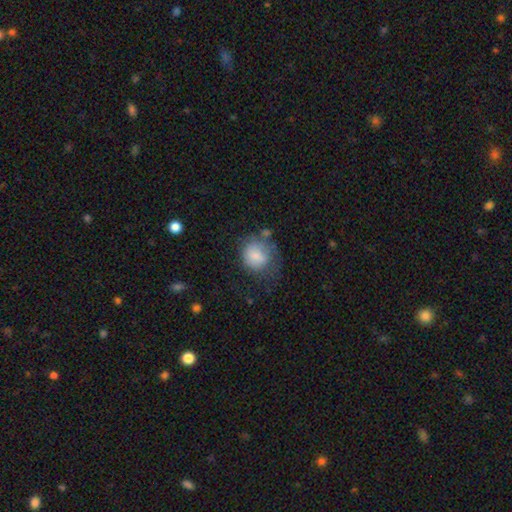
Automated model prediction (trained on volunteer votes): This appears to be a smooth galaxy with no disk features (77%) that is round (77%). Merging: none (46%).